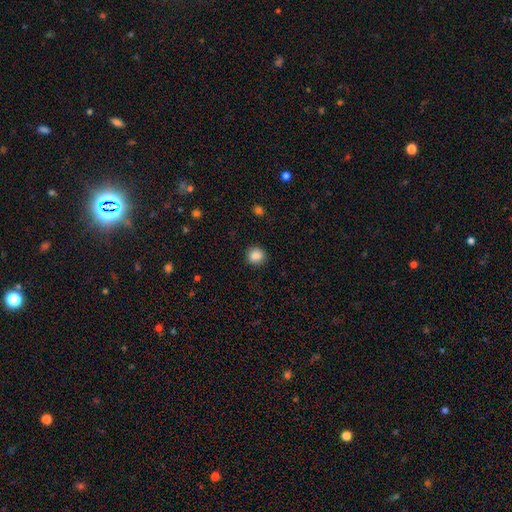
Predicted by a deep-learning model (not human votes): Smooth or featured? Predicted: smooth (p=0.87). How rounded? Predicted: round (p=0.82). Merging? Predicted: none (p=0.89).